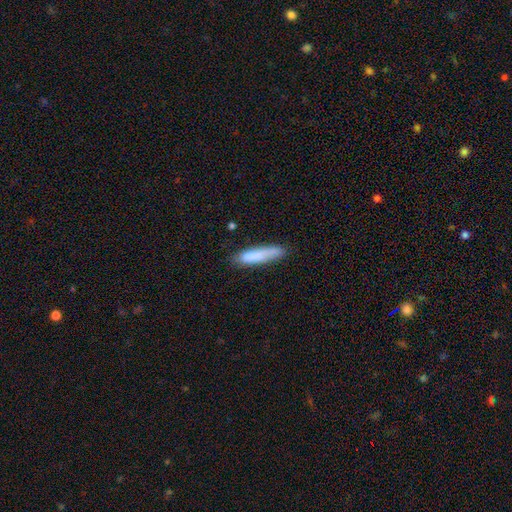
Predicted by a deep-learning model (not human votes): The model was most divided on "merging": none: 75%, minor disturbance: 19%, major disturbance: 4%, merger: 2%. More confident: how rounded — cigar-shaped (84%); smooth or featured — smooth (81%).